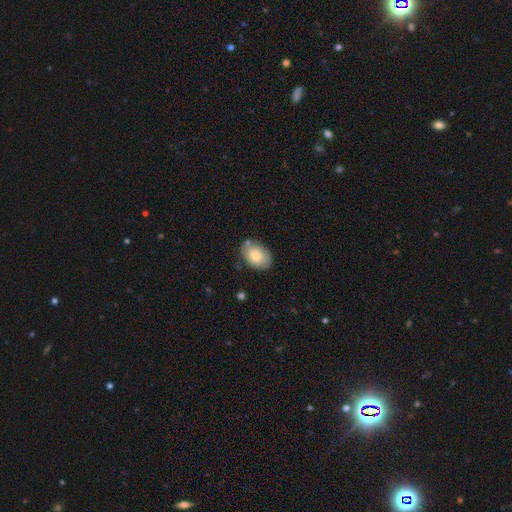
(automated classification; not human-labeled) Q: Smooth or featured?
A: smooth (77%); runner-up: featured or disk (17%)
Q: How rounded?
A: in between (82%); runner-up: round (17%)
Q: Merging?
A: none (71%); runner-up: minor disturbance (20%)